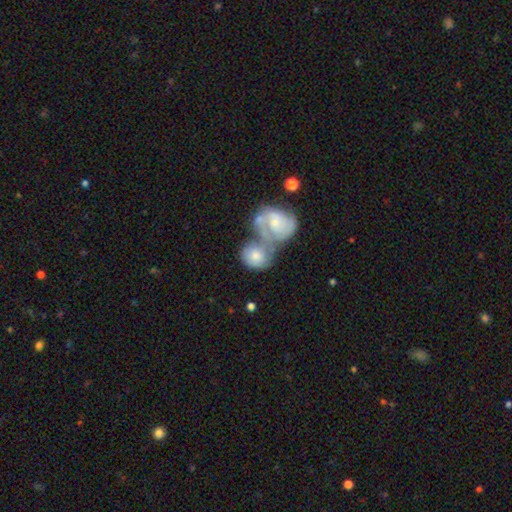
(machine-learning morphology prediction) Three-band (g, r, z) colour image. It shows a smooth galaxy with no disk features (55%) that is round (67%). Merging: merger (66%).